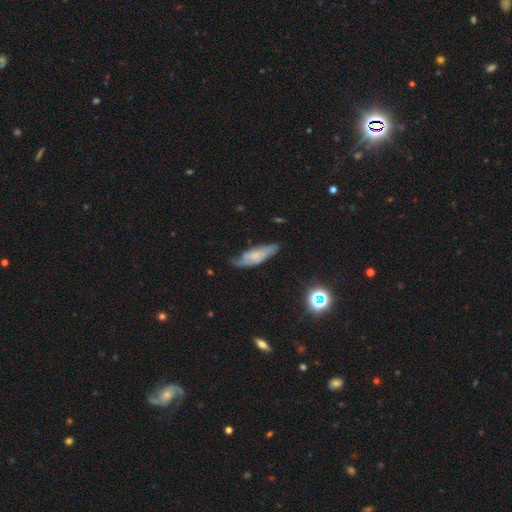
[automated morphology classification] Smooth or featured? Predicted: featured or disk (p=0.48). Merging? Predicted: none (p=0.53).